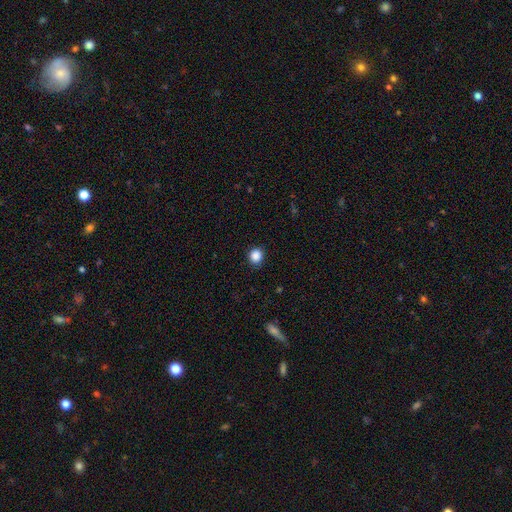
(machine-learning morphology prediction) A smooth galaxy with no disk features (87%) that is round (81%). Merging: none (88%).